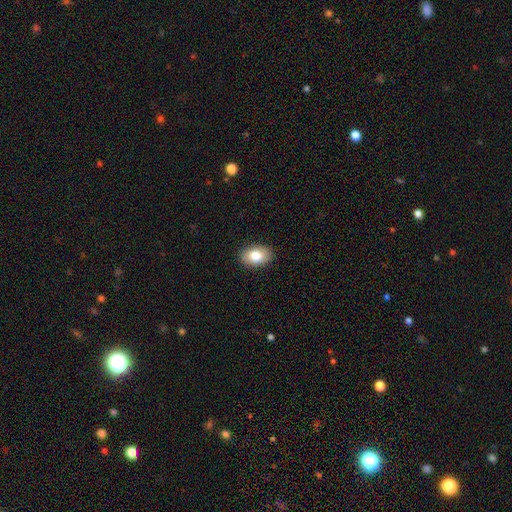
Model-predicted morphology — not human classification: Q: Smooth or featured?
A: smooth (81%); runner-up: featured or disk (11%)
Q: How rounded?
A: in between (87%); runner-up: round (12%)
Q: Merging?
A: none (89%); runner-up: minor disturbance (8%)